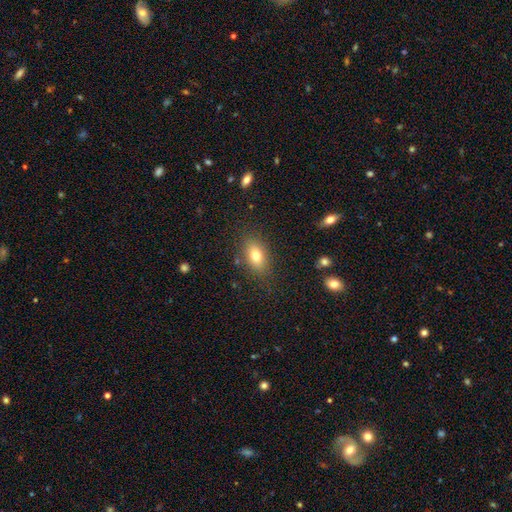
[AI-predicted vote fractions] A smooth galaxy with no disk features (78%) that is in between round and cigar-shaped (84%).

Vote fractions:
- Smooth or featured? smooth: 78% / featured or disk: 13% / star or artifact: 10%
- How rounded? in between: 84% / round: 12% / cigar-shaped: 4%
- Merging? none: 83% / minor disturbance: 12% / major disturbance: 4% / merger: 2%